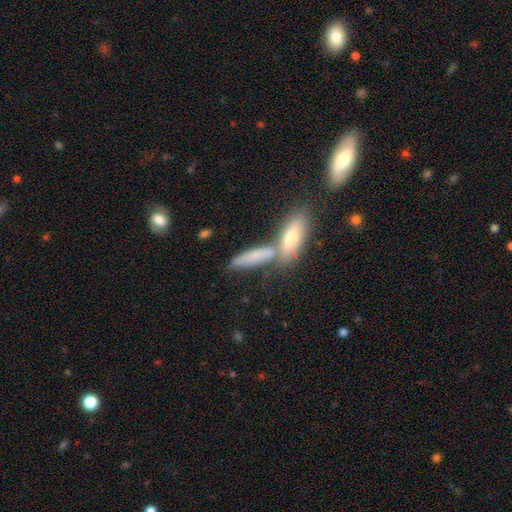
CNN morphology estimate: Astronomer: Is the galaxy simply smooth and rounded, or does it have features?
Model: smooth — 70%.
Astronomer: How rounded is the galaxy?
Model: cigar-shaped — 61% (runner-up: in between, 36%).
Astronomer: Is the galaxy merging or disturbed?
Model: none — 47% (runner-up: merger, 38%).